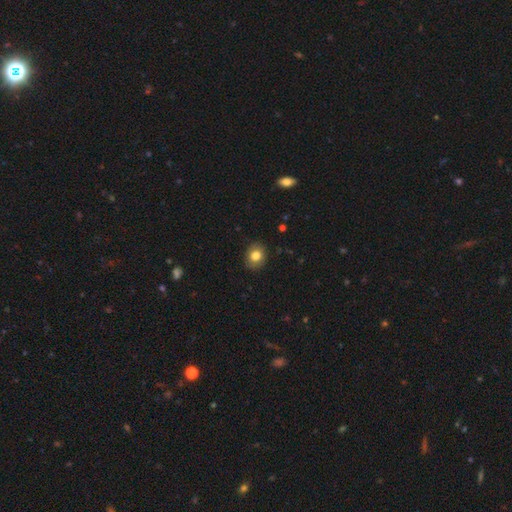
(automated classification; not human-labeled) A smooth galaxy with no disk features (80%) that is round (60%). Merging: none (87%).